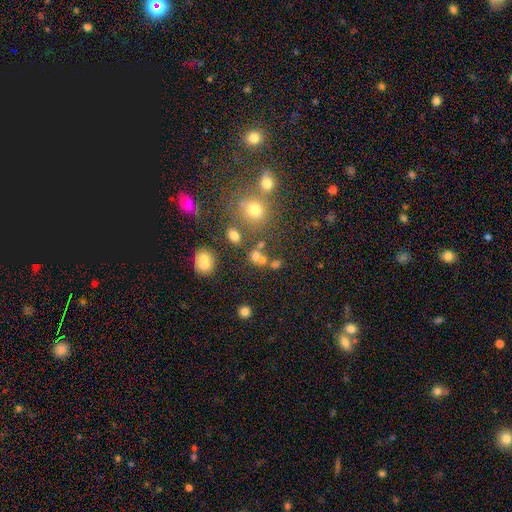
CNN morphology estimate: The model was most divided on "merging": none: 51%, merger: 31%, minor disturbance: 11%, major disturbance: 7%. More confident: how rounded — round (65%); smooth or featured — smooth (64%).